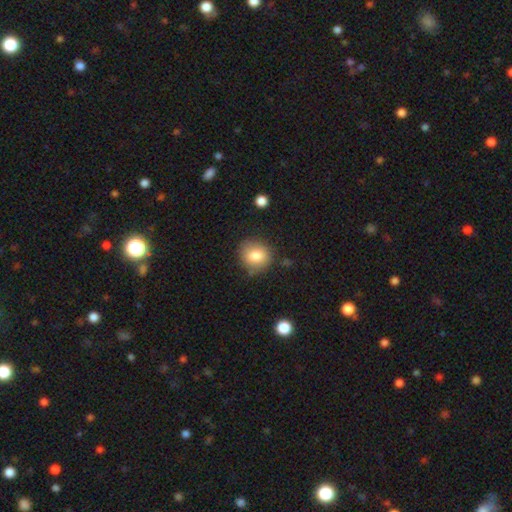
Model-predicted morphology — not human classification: The model was most divided on "merging": none: 81%, minor disturbance: 13%, major disturbance: 3%, merger: 3%. More confident: how rounded — round (85%); smooth or featured — smooth (81%).